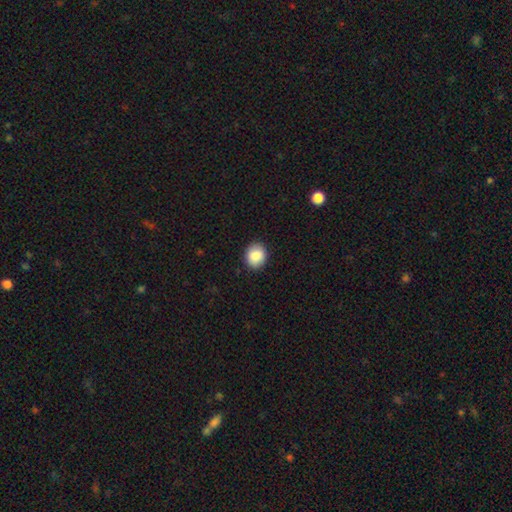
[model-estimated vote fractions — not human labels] This appears to be a smooth galaxy with no disk features (88%) that is round (65%). Merging: none (89%).